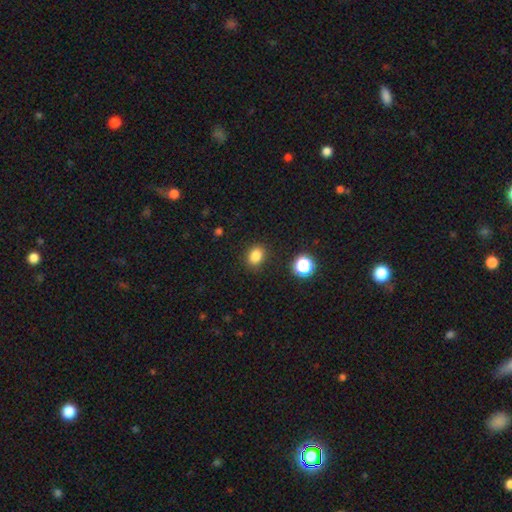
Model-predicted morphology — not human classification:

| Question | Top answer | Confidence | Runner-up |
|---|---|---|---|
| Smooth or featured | smooth | 83% | star or artifact (13%) |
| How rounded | in between | 51% | round (48%) |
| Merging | none | 86% | minor disturbance (9%) |